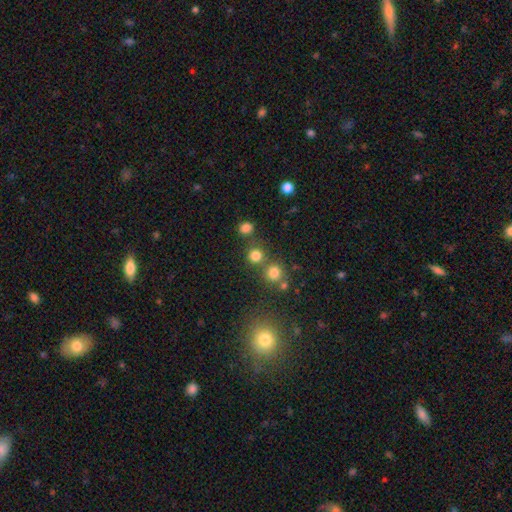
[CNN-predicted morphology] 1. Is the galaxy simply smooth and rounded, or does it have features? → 77% smooth, 17% star or artifact, 6% featured or disk.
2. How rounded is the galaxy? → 89% round, 10% in between, 1% cigar-shaped.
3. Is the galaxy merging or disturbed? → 69% none, 20% merger, 8% minor disturbance, 4% major disturbance.